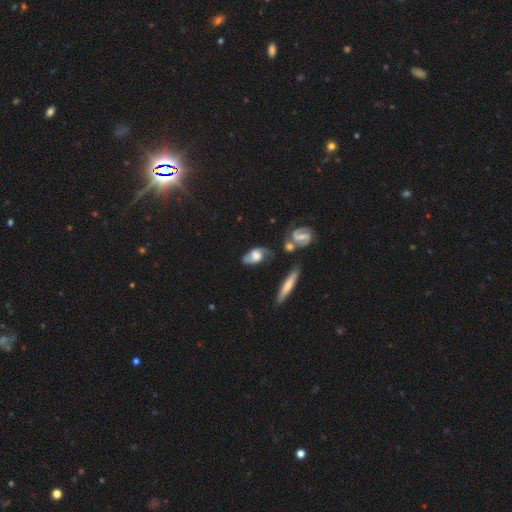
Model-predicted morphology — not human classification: Smooth or featured?
  - featured or disk: 60% *
  - smooth: 32%
  - star or artifact: 8%
Edge-on disk?
  - no: 86% *
  - yes: 14%
Bar?
  - no: 60% *
  - weak: 31%
  - strong: 8%
Spiral arms?
  - yes: 85% *
  - no: 15%
Bulge size?
  - moderate: 39% * (tied)
  - large: 39% * (tied)
  - small: 10%
  - none: 7%
  - dominant: 4%
Merging?
  - none: 53% *
  - minor disturbance: 25%
  - major disturbance: 13%
  - merger: 10%